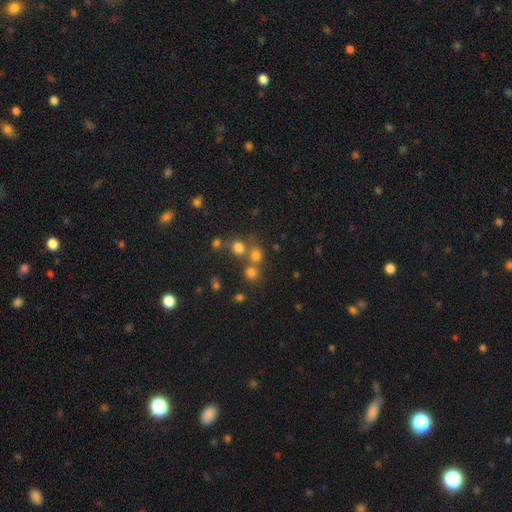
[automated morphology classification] smooth-or-featured: smooth: 70% | star or artifact: 20% | featured or disk: 9%
  how-rounded: round: 84% | in between: 15% | cigar-shaped: 1%
  merging: none: 56% | merger: 34% | minor disturbance: 7% | major disturbance: 4%